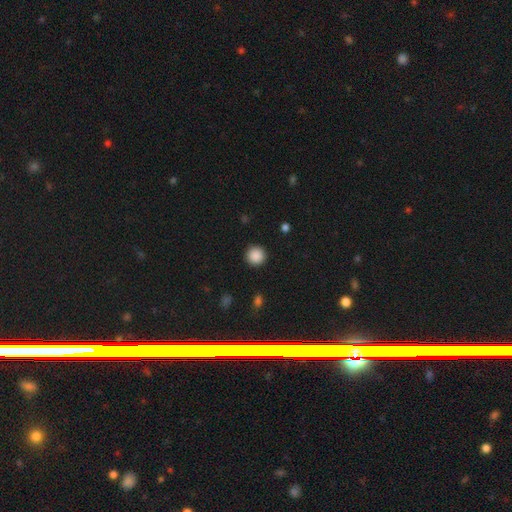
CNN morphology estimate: The model was most divided on "smooth or featured": smooth: 88%, star or artifact: 9%, featured or disk: 3%. More confident: how rounded — round (95%); merging — none (92%).